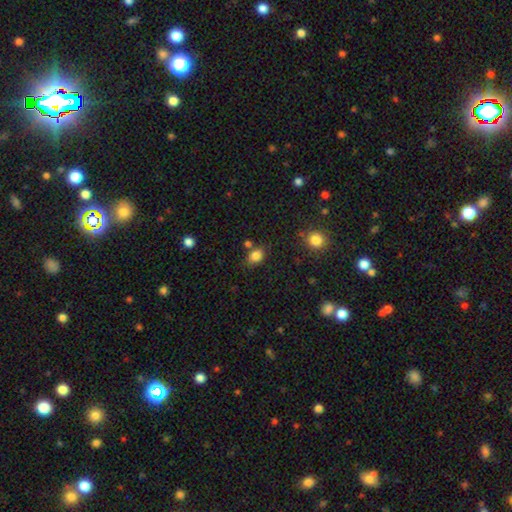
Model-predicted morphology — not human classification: A smooth galaxy with no disk features (83%) that is in between round and cigar-shaped (64%). Merging: none (72%).